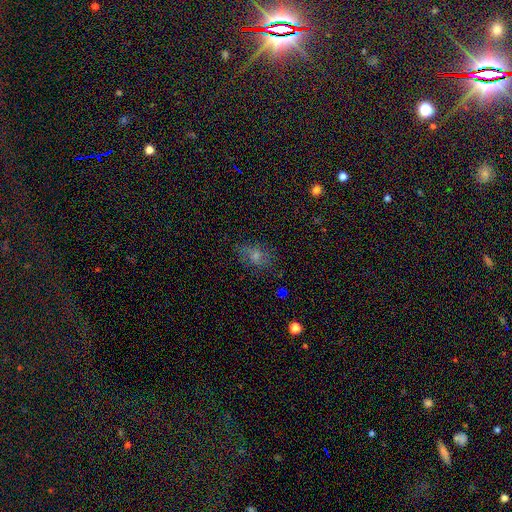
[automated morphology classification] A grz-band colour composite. It shows a smooth galaxy with no disk features (64%) that is in between round and cigar-shaped (73%). Merging: none (65%).